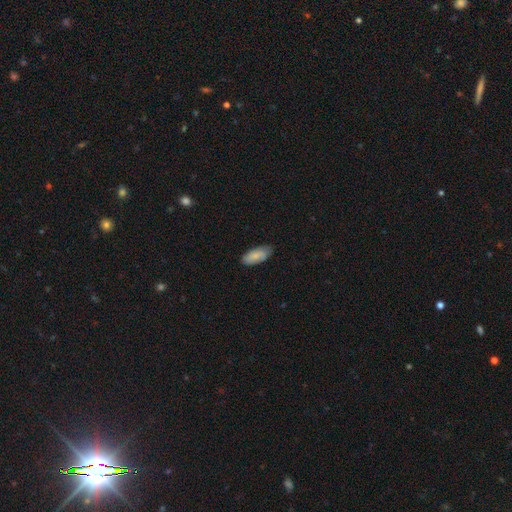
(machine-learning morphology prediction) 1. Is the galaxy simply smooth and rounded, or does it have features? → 76% smooth, 18% featured or disk, 6% star or artifact.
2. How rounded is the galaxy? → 86% in between, 12% cigar-shaped, 2% round.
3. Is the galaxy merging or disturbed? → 76% none, 20% minor disturbance, 3% major disturbance, 1% merger.